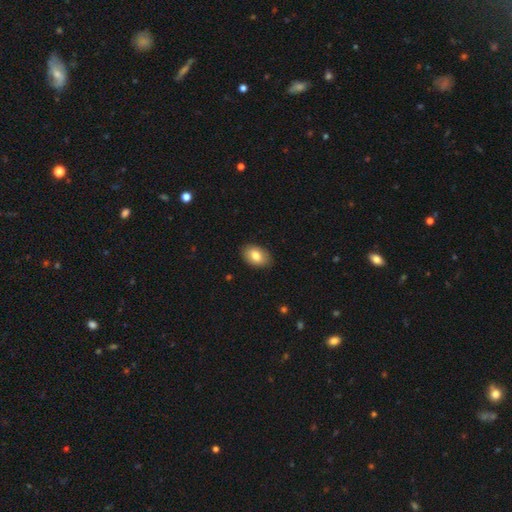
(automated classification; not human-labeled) Overall: smooth (83%). How rounded: in between (91%). Merging: none (88%).